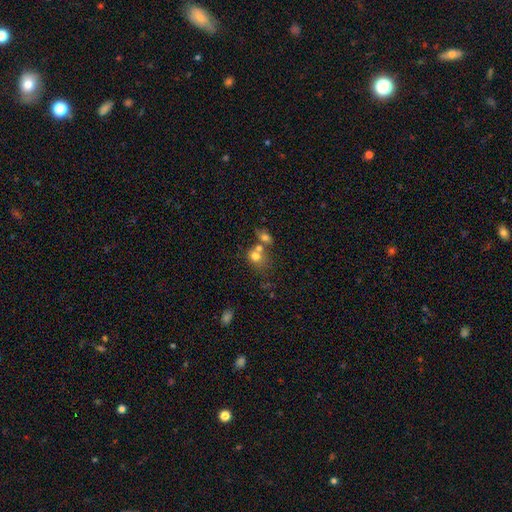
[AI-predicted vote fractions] Smooth or featured?
  - smooth: 72% *
  - featured or disk: 16%
  - star or artifact: 13%
How rounded?
  - round: 61% *
  - in between: 38%
  - cigar-shaped: 1%
Merging?
  - merger: 48% *
  - none: 36%
  - minor disturbance: 10%
  - major disturbance: 6%